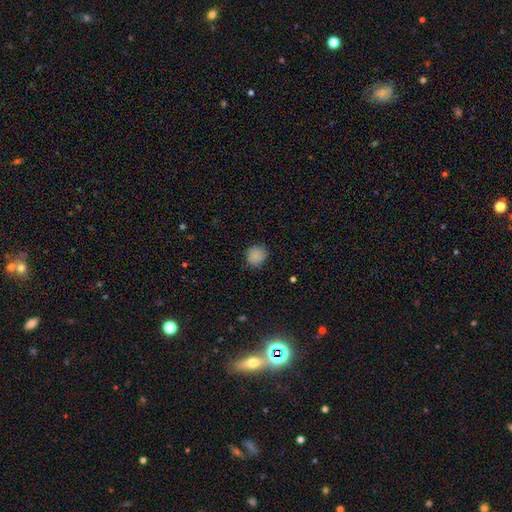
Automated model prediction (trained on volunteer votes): Morphology: type=smooth (84%); roundness=round (87%); merging=none (79%).